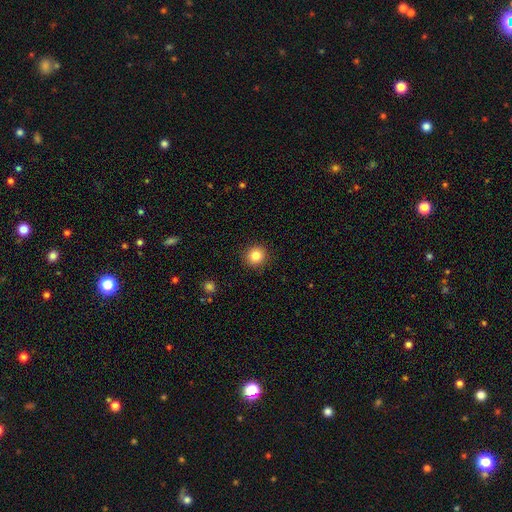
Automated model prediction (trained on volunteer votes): This appears to be a smooth galaxy with no disk features (84%) that is round (92%). Merging: none (91%).